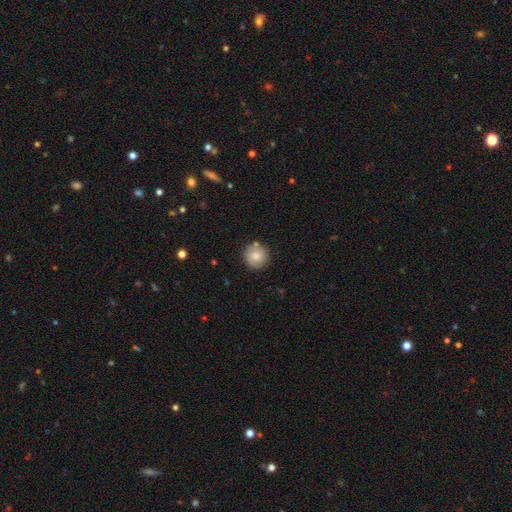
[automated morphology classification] This appears to be a smooth galaxy with no disk features (81%) that is round (94%). Merging: none (83%).